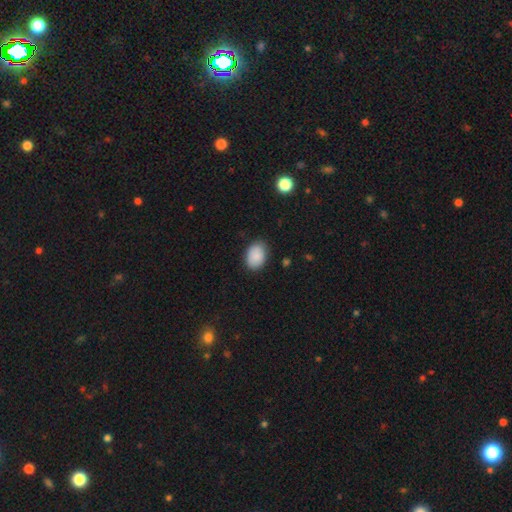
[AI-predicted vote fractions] Smooth or featured? smooth (89%)
How rounded? in between (82%)
Merging? none (83%)